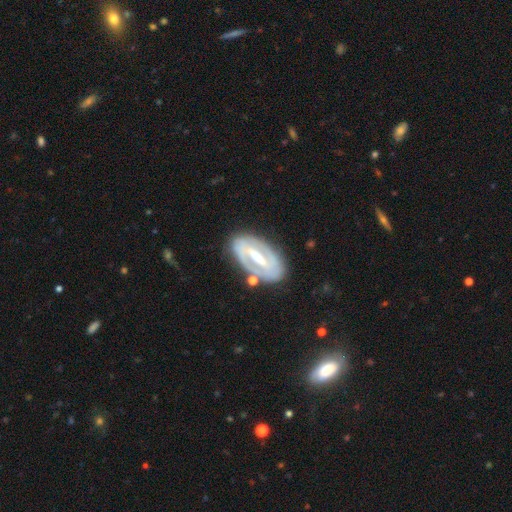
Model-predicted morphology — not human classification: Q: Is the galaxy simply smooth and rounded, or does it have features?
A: featured or disk — 77%.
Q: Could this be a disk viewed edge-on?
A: no — 90%.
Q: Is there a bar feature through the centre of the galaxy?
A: strong — 66%.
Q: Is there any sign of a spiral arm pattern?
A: yes — 60%.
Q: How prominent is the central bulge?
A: moderate — 58%.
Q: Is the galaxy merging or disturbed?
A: none — 78%.